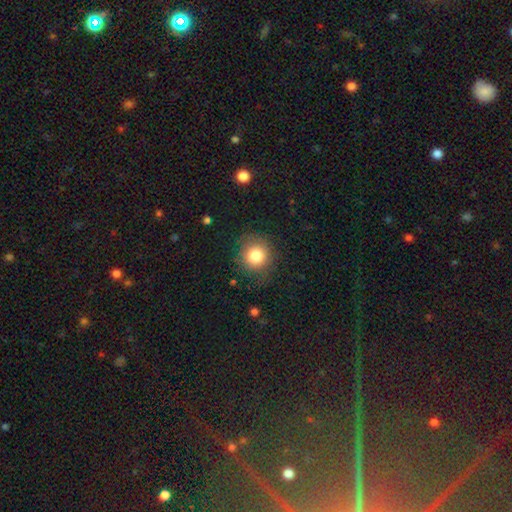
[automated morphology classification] Smooth or featured? Predicted: smooth (p=0.82). How rounded? Predicted: round (p=0.91). Merging? Predicted: none (p=0.83).